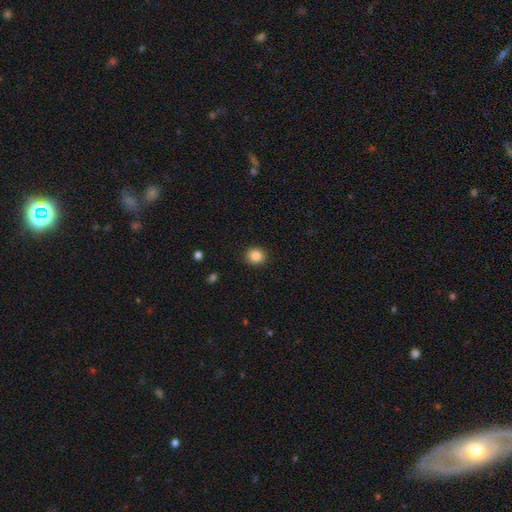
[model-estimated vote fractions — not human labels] smooth-or-featured: smooth: 86% | star or artifact: 10% | featured or disk: 4%
  how-rounded: round: 84% | in between: 15% | cigar-shaped: 1%
  merging: none: 91% | minor disturbance: 6% | major disturbance: 2% | merger: 1%